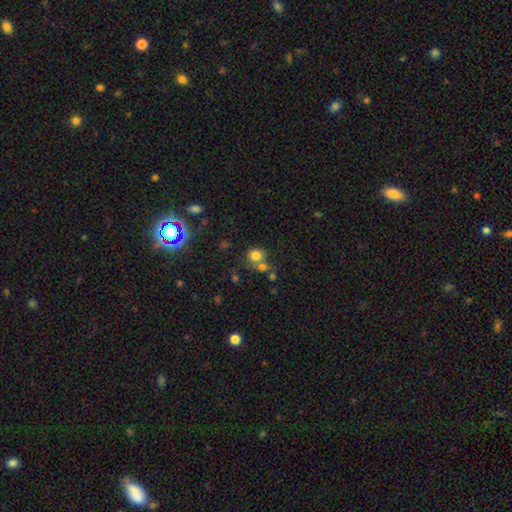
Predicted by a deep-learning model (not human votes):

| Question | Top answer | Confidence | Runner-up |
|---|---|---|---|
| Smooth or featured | smooth | 76% | star or artifact (14%) |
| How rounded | round | 80% | in between (19%) |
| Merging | none | 50% | merger (35%) |